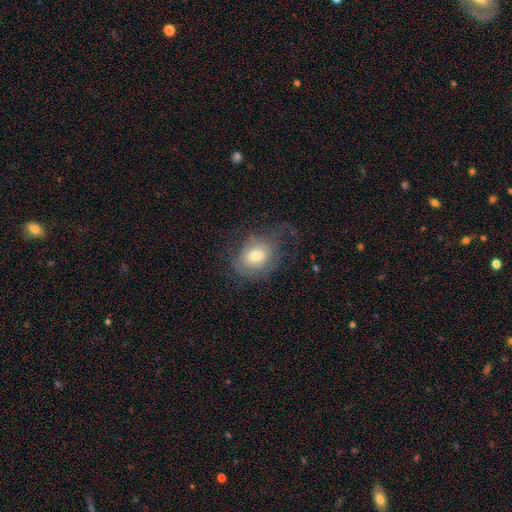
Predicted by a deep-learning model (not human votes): Smooth or featured: smooth — 50% (featured or disk — 40%)
How rounded: in between — 54% (round — 45%)
Merging: none — 53% (minor disturbance — 24%)